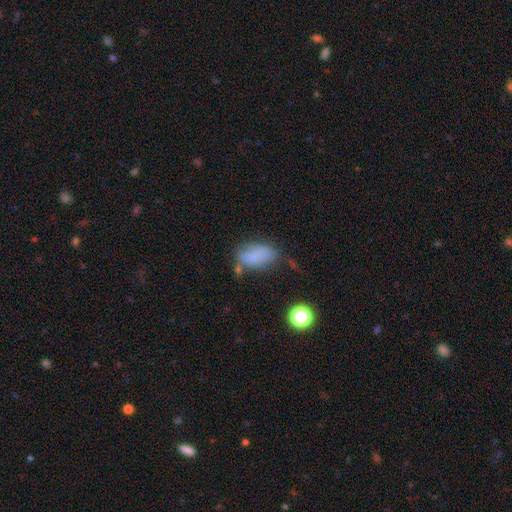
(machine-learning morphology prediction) Smooth or featured: smooth — 73% (featured or disk — 15%)
How rounded: in between — 90% (round — 7%)
Merging: none — 44% (minor disturbance — 32%)